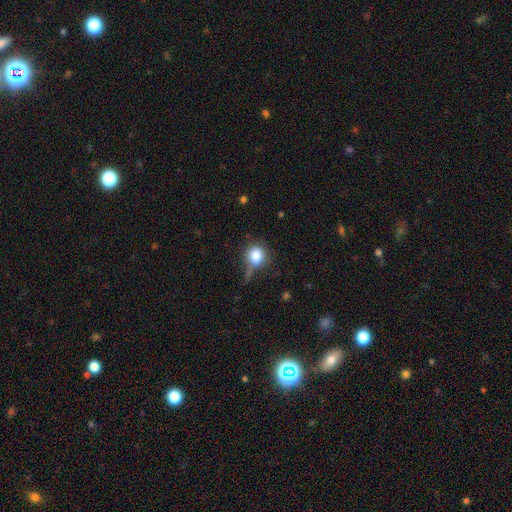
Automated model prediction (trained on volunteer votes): smooth-or-featured: smooth: 81% | star or artifact: 10% | featured or disk: 9%
  how-rounded: round: 85% | in between: 13% | cigar-shaped: 1%
  merging: none: 50% | minor disturbance: 29% | major disturbance: 15% | merger: 7%